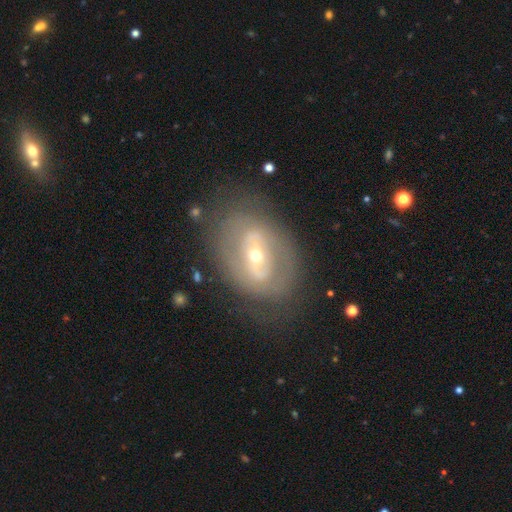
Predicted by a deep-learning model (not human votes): A featured or disk galaxy (73%) with a strong bar (36%, tied with weak), no spiral arms (57%) and a small central bulge (54%).

Vote fractions:
- Smooth or featured? featured or disk: 73% / smooth: 20% / star or artifact: 7%
- Edge-on disk? no: 93% / yes: 7%
- Bar? strong: 36% (tied) / weak: 36% (tied) / no: 28%
- Spiral arms? no: 57% / yes: 43%
- Bulge size? small: 54% / moderate: 42% / large: 2% / dominant: 1% / none: 1%
- Merging? none: 74% / minor disturbance: 16% / major disturbance: 9% / merger: 2%